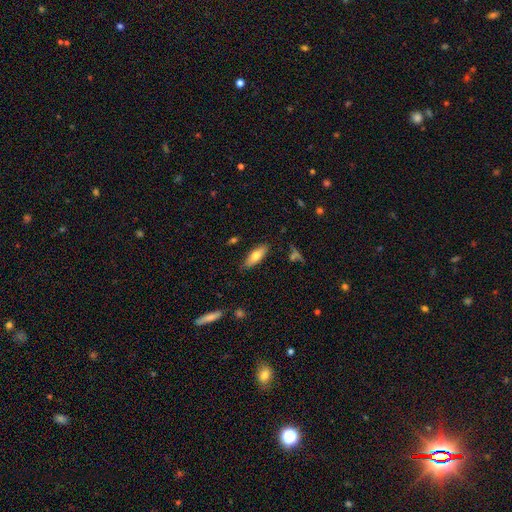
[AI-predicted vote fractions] A smooth galaxy with no disk features (71%) that is in between round and cigar-shaped (65%).

Vote fractions:
- Smooth or featured? smooth: 71% / featured or disk: 22% / star or artifact: 7%
- How rounded? in between: 65% / cigar-shaped: 33% / round: 2%
- Merging? none: 83% / minor disturbance: 13% / major disturbance: 2% / merger: 2%